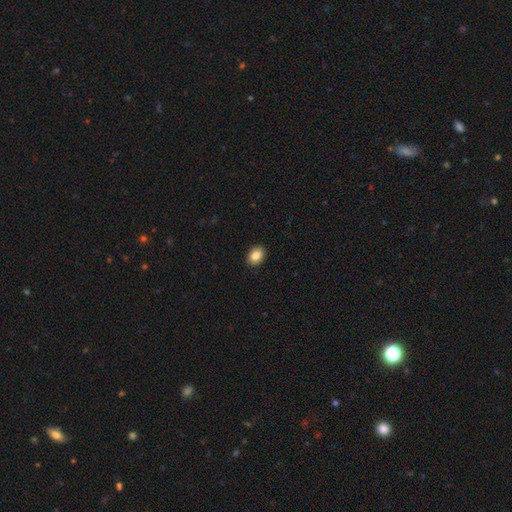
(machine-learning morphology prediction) A smooth galaxy with no disk features (86%) that is in between round and cigar-shaped (68%).

Vote fractions:
- Smooth or featured? smooth: 86% / star or artifact: 8% / featured or disk: 6%
- How rounded? in between: 68% / round: 31% / cigar-shaped: 1%
- Merging? none: 90% / minor disturbance: 7% / major disturbance: 2% / merger: 1%